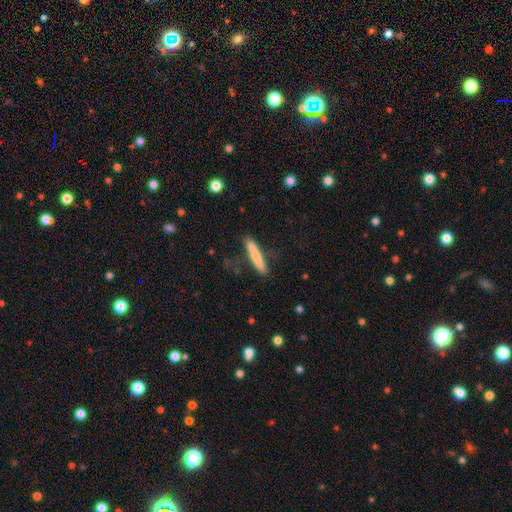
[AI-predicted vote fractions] Smooth or featured: smooth — 73% (featured or disk — 21%)
How rounded: cigar-shaped — 94% (in between — 4%)
Merging: none — 82% (minor disturbance — 13%)